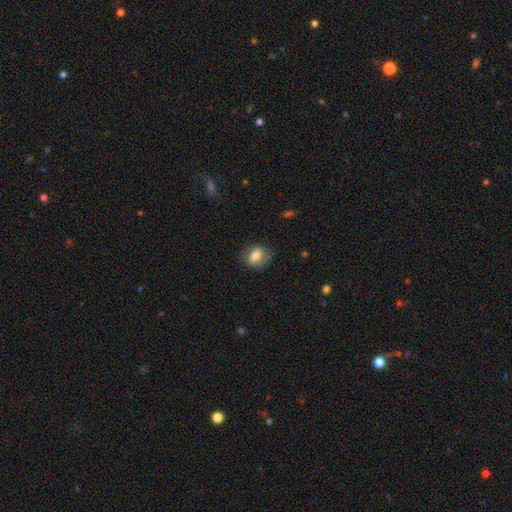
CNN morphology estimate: Smooth or featured? Predicted: smooth (p=0.67). How rounded? Predicted: in between (p=0.67). Merging? Predicted: none (p=0.73).